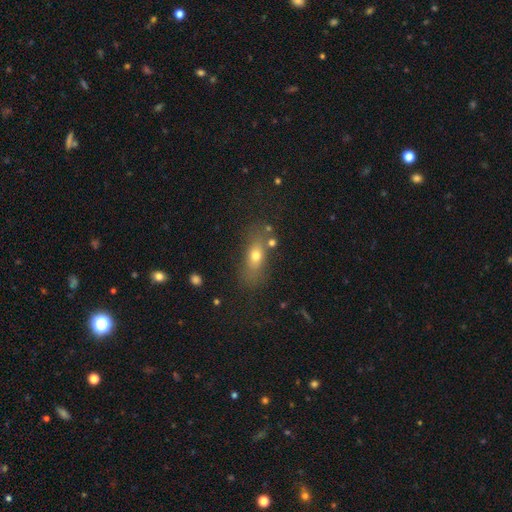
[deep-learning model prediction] smooth 66%, featured or disk 20%, star or artifact 14%. Down the decision tree: how rounded — in between (66%); merging — none (66%).